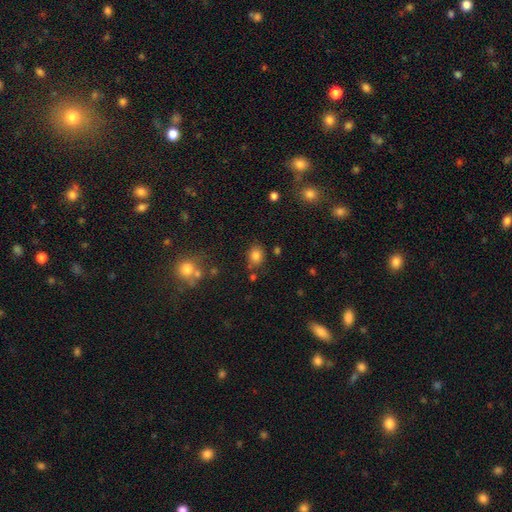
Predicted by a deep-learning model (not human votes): Smooth or featured? smooth (80%)
How rounded? round (54%)
Merging? none (75%)